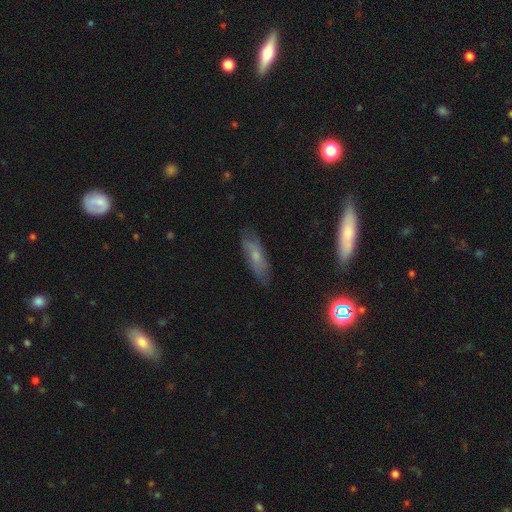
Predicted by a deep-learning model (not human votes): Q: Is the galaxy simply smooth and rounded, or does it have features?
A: smooth — 52%.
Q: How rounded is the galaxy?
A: in between — 50%.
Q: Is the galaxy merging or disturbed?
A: none — 74%.